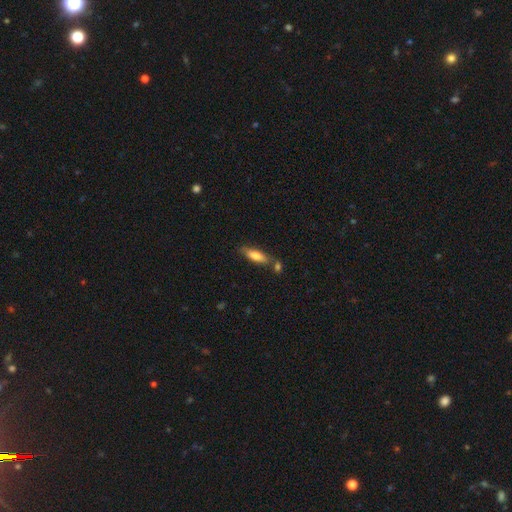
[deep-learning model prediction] smooth 72%, featured or disk 21%, star or artifact 6%. Down the decision tree: how rounded — cigar-shaped (53%); merging — none (68%).